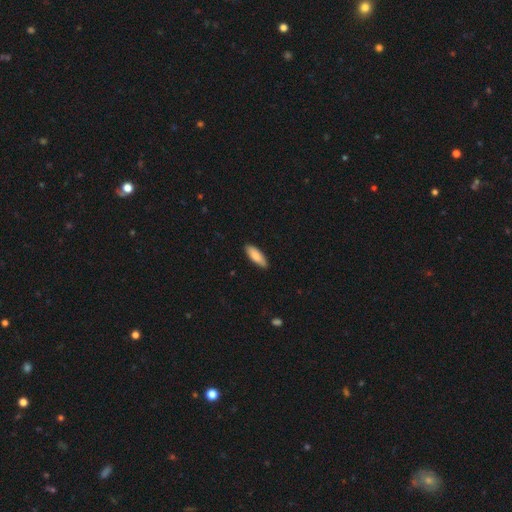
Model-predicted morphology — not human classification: smooth 85%, featured or disk 9%, star or artifact 6%. Down the decision tree: how rounded — in between (60%); merging — none (88%).